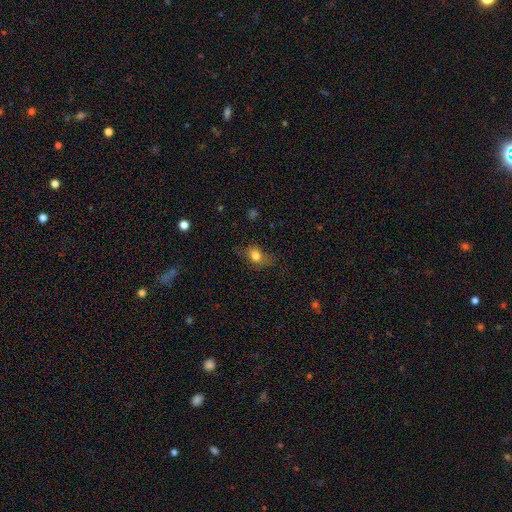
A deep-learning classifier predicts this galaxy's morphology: The model was most divided on "how rounded": in between: 65%, round: 33%, cigar-shaped: 2%. More confident: smooth or featured — smooth (78%); merging — none (61%).